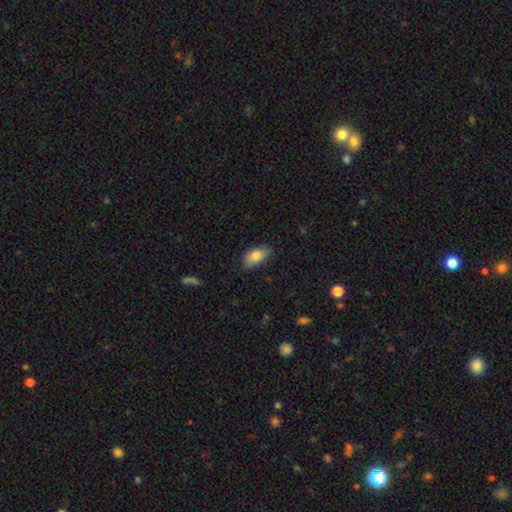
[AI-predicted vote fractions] Q: Smooth or featured?
A: smooth (82%); runner-up: featured or disk (11%)
Q: How rounded?
A: in between (91%); runner-up: cigar-shaped (5%)
Q: Merging?
A: none (73%); runner-up: minor disturbance (22%)